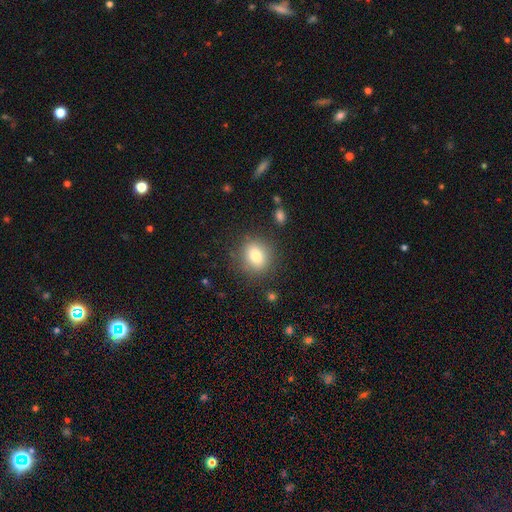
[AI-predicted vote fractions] Smooth or featured? Predicted: smooth (p=0.80). How rounded? Predicted: round (p=0.66). Merging? Predicted: none (p=0.84).